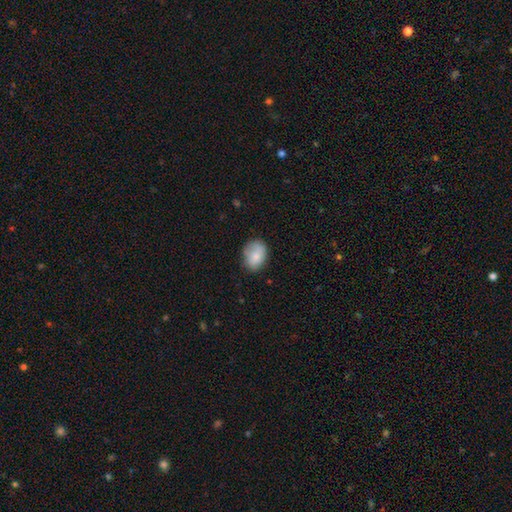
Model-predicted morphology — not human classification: Overall: smooth (79%). How rounded: in between (70%). Merging: none (68%).